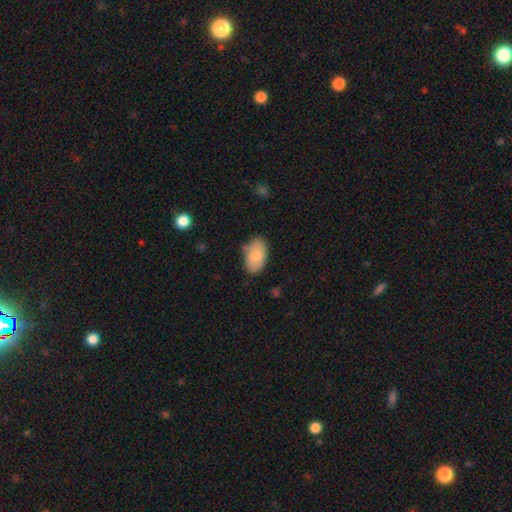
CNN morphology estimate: smooth 83%, featured or disk 11%, star or artifact 6%. Down the decision tree: how rounded — in between (94%); merging — none (71%).